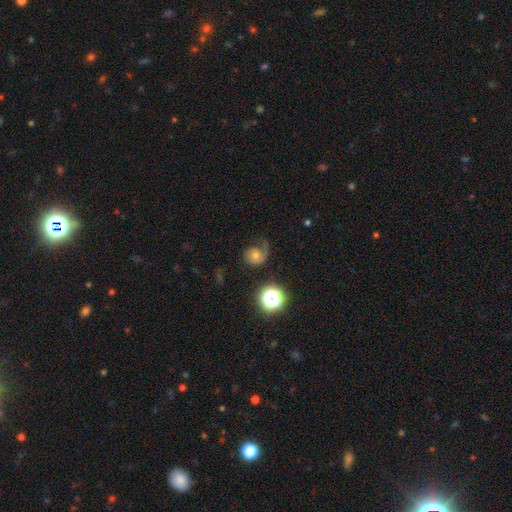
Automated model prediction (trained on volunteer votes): The model was most divided on "merging": none: 39%, major disturbance: 36%, minor disturbance: 21%, merger: 3%. Remaining: smooth or featured — featured or disk (46%).